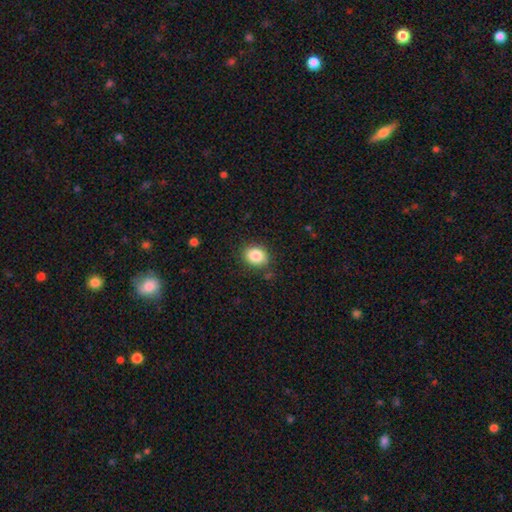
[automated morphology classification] This appears to be a smooth galaxy with no disk features (86%) that is in between round and cigar-shaped (51%). Merging: none (84%).